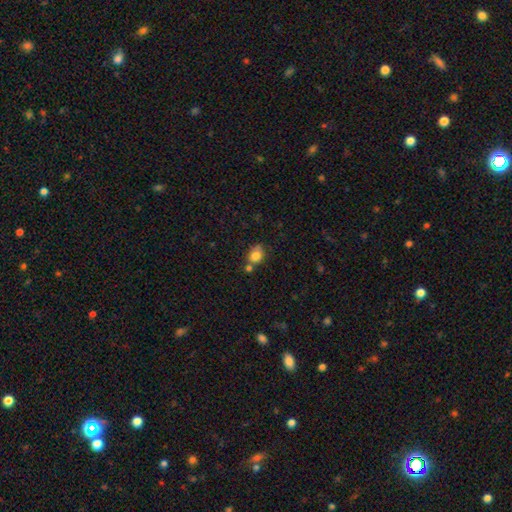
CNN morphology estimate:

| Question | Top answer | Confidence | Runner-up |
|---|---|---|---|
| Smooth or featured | smooth | 80% | star or artifact (10%) |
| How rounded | round | 55% | in between (44%) |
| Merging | none | 51% | merger (25%) |